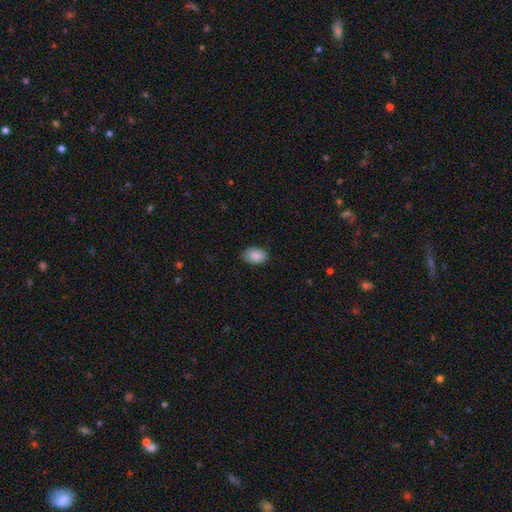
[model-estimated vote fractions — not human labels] smooth-or-featured: smooth: 88% | star or artifact: 7% | featured or disk: 6%
  how-rounded: in between: 89% | round: 10% | cigar-shaped: 1%
  merging: none: 84% | minor disturbance: 13% | major disturbance: 2% | merger: 1%